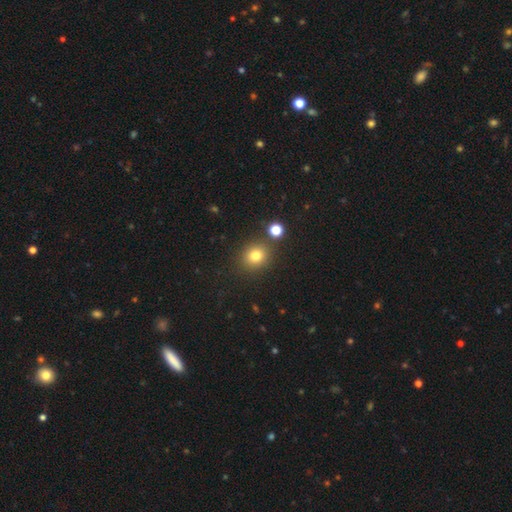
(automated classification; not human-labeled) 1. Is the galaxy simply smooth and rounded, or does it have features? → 78% smooth, 15% star or artifact, 7% featured or disk.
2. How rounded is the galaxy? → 79% round, 20% in between, 1% cigar-shaped.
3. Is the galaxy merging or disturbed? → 82% none, 9% minor disturbance, 7% merger, 3% major disturbance.